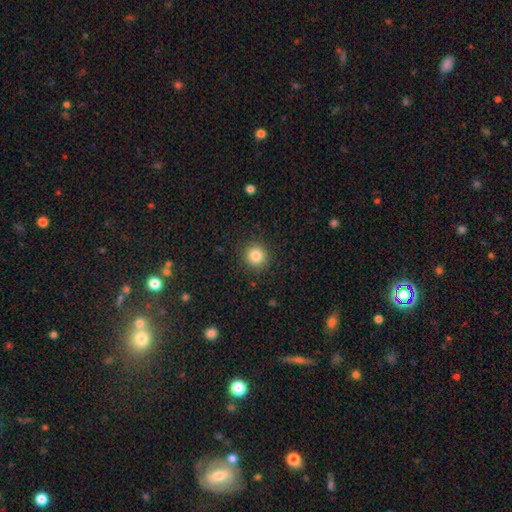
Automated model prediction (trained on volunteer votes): smooth 84%, star or artifact 11%, featured or disk 6%. Down the decision tree: how rounded — round (93%); merging — none (90%).